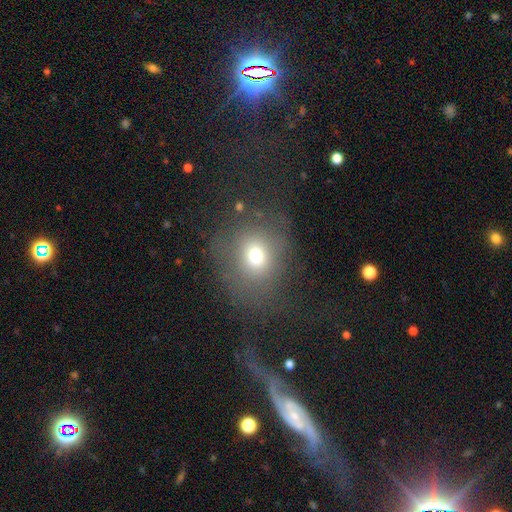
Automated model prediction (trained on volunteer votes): This is likely a smooth galaxy (69%). How rounded: likely round (74%). Merging: likely none (68%).